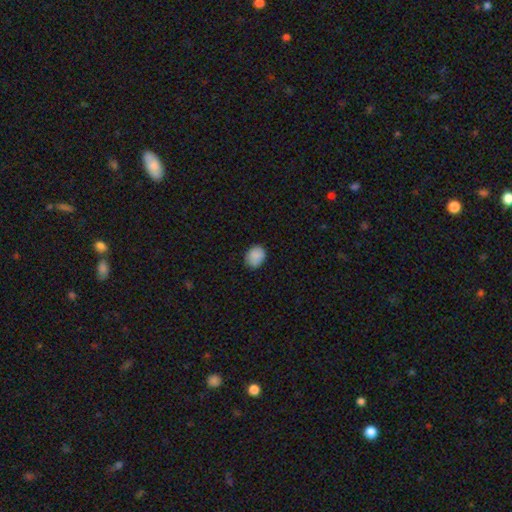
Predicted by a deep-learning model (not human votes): smooth_or_featured: smooth (p=0.88) [alt: star or artifact p=0.08]
how_rounded: in between (p=0.50) [alt: round p=0.49]
merging: none (p=0.83) [alt: minor disturbance p=0.13]